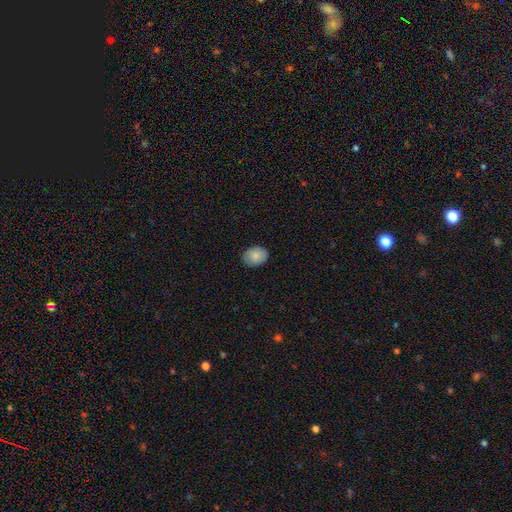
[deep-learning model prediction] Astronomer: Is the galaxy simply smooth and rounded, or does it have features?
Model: smooth — 85%.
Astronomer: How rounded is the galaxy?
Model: in between — 58% (runner-up: round, 41%).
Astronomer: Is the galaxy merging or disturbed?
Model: none — 87%.